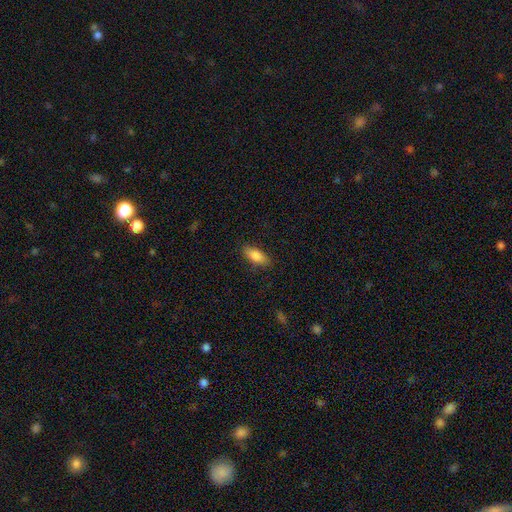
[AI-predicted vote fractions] The model was most divided on "how rounded": in between: 81%, cigar-shaped: 17%, round: 2%. More confident: merging — none (85%); smooth or featured — smooth (84%).